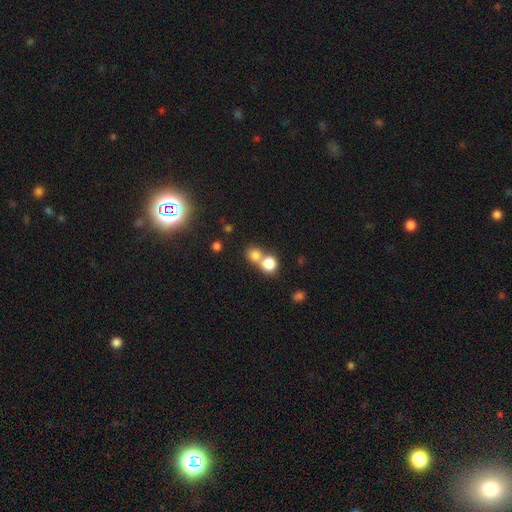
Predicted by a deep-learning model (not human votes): This is likely a smooth galaxy (78%). How rounded: clearly round (81%). Merging: possibly merger (51%).